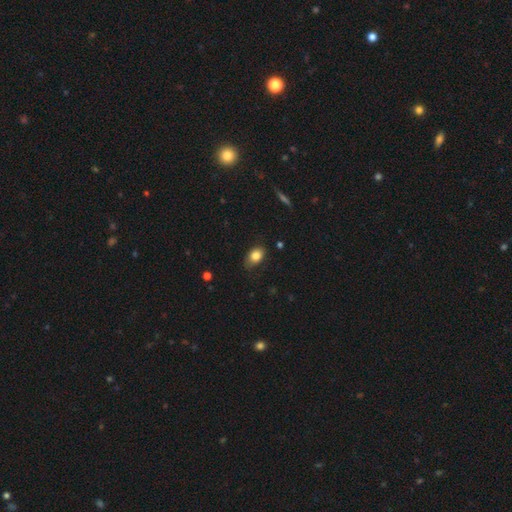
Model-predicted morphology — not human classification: Smooth or featured?
  - smooth: 83% *
  - star or artifact: 9%
  - featured or disk: 8%
How rounded?
  - in between: 80% *
  - round: 18%
  - cigar-shaped: 2%
Merging?
  - none: 72% *
  - minor disturbance: 22%
  - major disturbance: 4%
  - merger: 1%